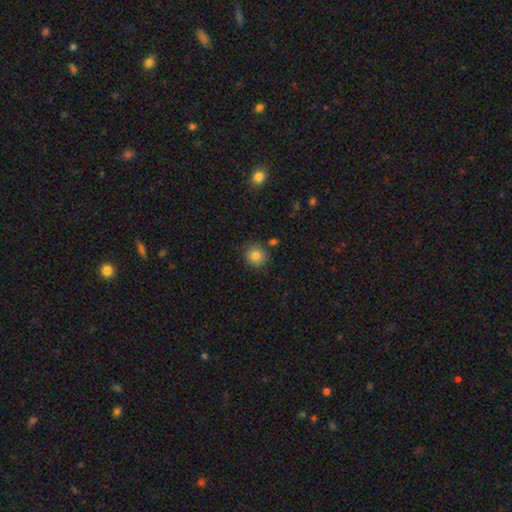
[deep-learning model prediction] Smooth or featured? Predicted: smooth (p=0.82). How rounded? Predicted: round (p=0.90). Merging? Predicted: none (p=0.82).